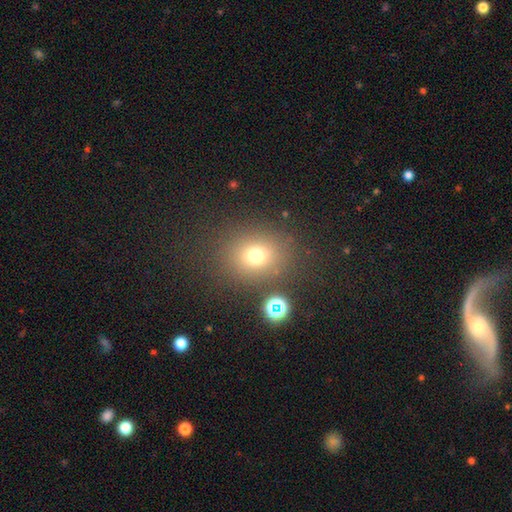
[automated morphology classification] Smooth or featured: smooth — 72% (star or artifact — 18%)
How rounded: round — 71% (in between — 28%)
Merging: none — 81% (minor disturbance — 9%)